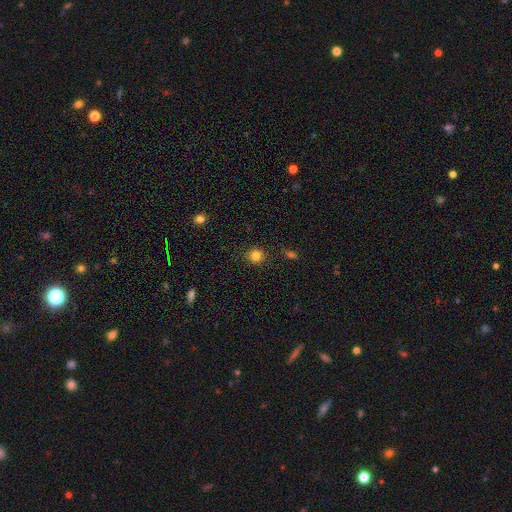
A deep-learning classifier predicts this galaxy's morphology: Q: Smooth or featured?
A: smooth (82%); runner-up: star or artifact (13%)
Q: How rounded?
A: round (92%); runner-up: in between (7%)
Q: Merging?
A: none (89%); runner-up: minor disturbance (7%)